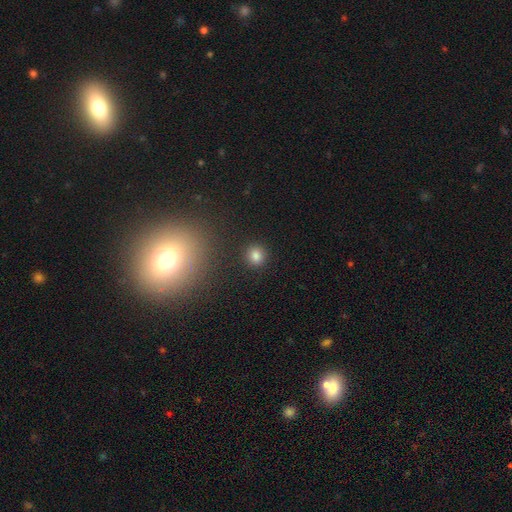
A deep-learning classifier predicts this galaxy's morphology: smooth 82%, star or artifact 13%, featured or disk 5%. Down the decision tree: how rounded — round (88%); merging — none (90%).